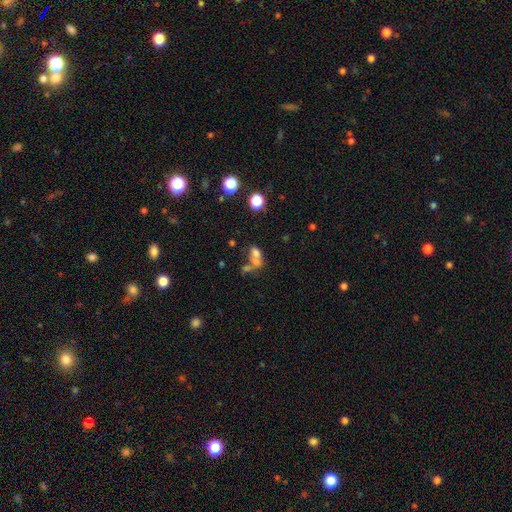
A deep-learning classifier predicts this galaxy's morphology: The model was most divided on "merging": merger: 59%, none: 25%, minor disturbance: 9%, major disturbance: 8%. More confident: how rounded — in between (69%); smooth or featured — smooth (62%).